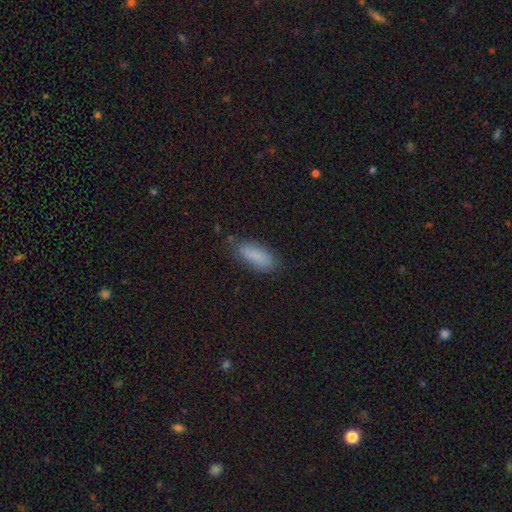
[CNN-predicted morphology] Smooth or featured: smooth — 84% (featured or disk — 9%)
How rounded: in between — 68% (cigar-shaped — 30%)
Merging: none — 75% (minor disturbance — 19%)